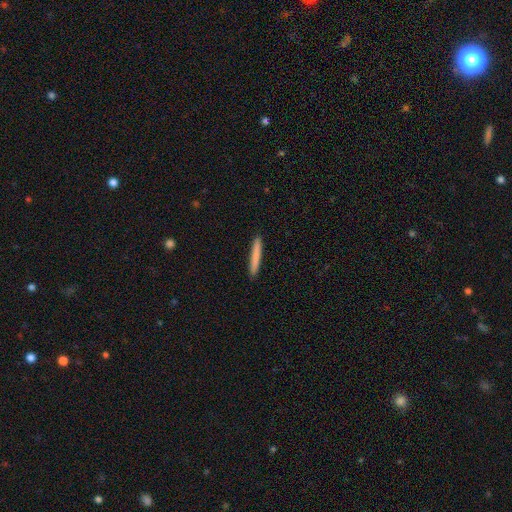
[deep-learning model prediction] Smooth or featured?
  - smooth: 79% *
  - featured or disk: 15%
  - star or artifact: 6%
How rounded?
  - cigar-shaped: 96% *
  - in between: 3%
  - round: 1%
Merging?
  - none: 92% *
  - minor disturbance: 6%
  - major disturbance: 1%
  - merger: 1%